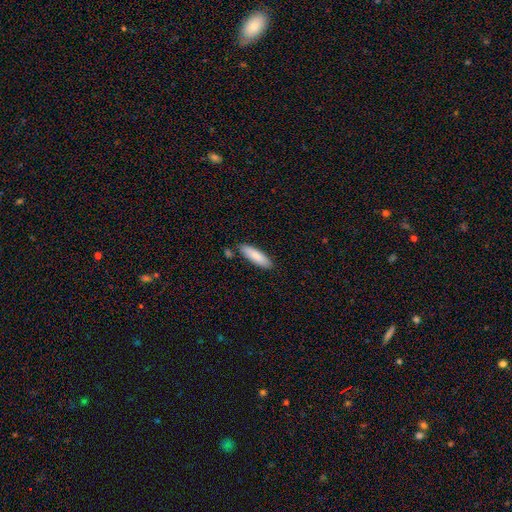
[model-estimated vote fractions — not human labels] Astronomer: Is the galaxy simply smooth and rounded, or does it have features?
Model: smooth — 85%.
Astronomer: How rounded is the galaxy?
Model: cigar-shaped — 59% (runner-up: in between, 40%).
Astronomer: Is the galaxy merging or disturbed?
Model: none — 82%.